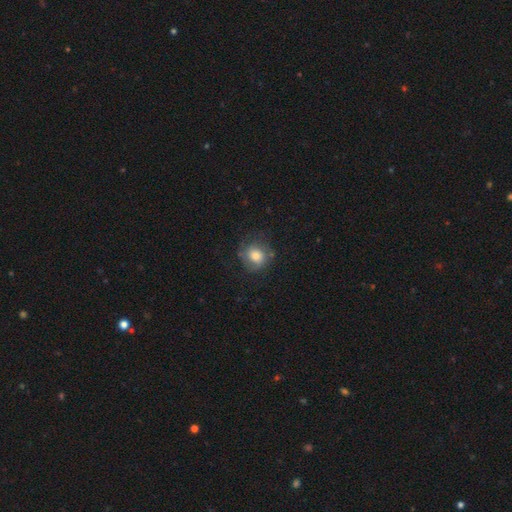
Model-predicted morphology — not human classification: Overall: smooth (67%). How rounded: round (83%). Merging: none (67%).